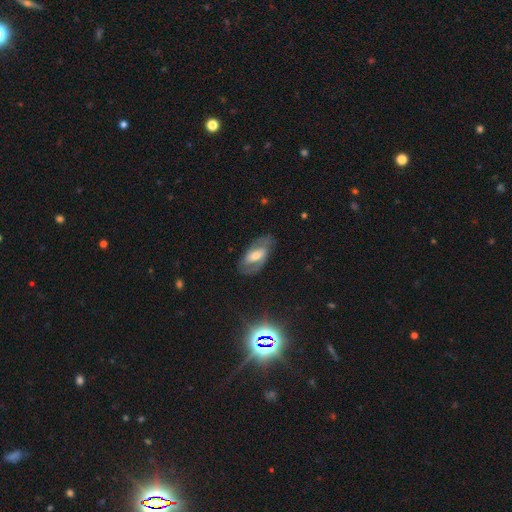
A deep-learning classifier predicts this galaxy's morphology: Q: Smooth or featured?
A: featured or disk (64%); runner-up: smooth (28%)
Q: Edge-on disk?
A: no (91%); runner-up: yes (9%)
Q: Bar?
A: weak (40%); runner-up: strong (34%)
Q: Spiral arms?
A: yes (71%); runner-up: no (29%)
Q: Bulge size?
A: moderate (62%); runner-up: small (26%)
Q: Merging?
A: none (76%); runner-up: minor disturbance (16%)